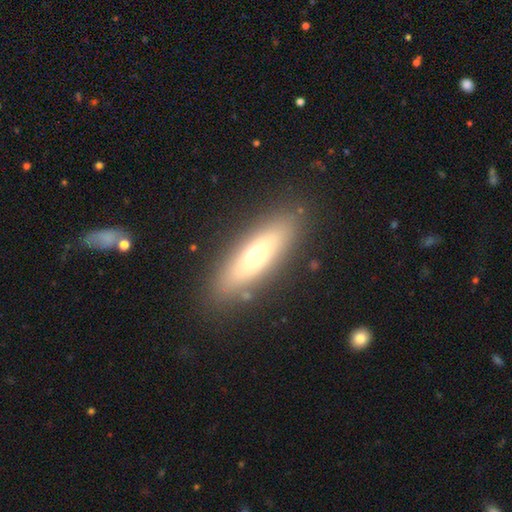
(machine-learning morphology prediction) This is possibly a smooth galaxy (53%). How rounded: possibly cigar-shaped (52%). Merging: clearly none (85%).